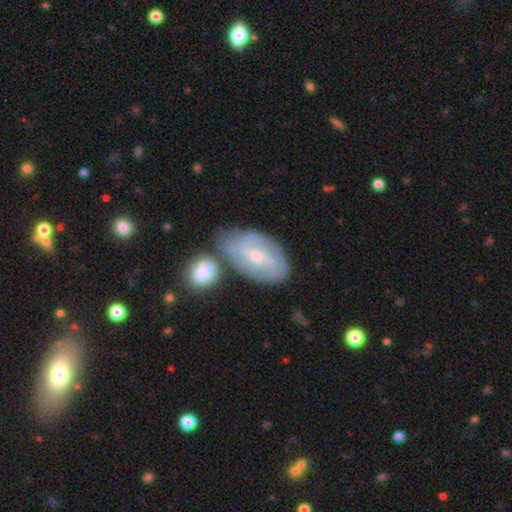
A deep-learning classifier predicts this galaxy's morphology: Smooth or featured?
  - featured or disk: 78% *
  - smooth: 16%
  - star or artifact: 6%
Edge-on disk?
  - no: 96% *
  - yes: 4%
Bar?
  - weak: 45% *
  - no: 44%
  - strong: 11%
Spiral arms?
  - yes: 93% *
  - no: 7%
Spiral winding?
  - tight: 49% *
  - medium: 38%
  - loose: 13%
Spiral arm count?
  - 2: 42% *
  - can't tell: 27%
  - 3: 18%
  - 4: 6%
  - 1: 4%
  - more than 4: 4%
Bulge size?
  - small: 59% *
  - moderate: 37%
  - none: 2%
  - large: 2%
  - dominant: 1%
Merging?
  - none: 59% *
  - minor disturbance: 19%
  - merger: 17%
  - major disturbance: 6%